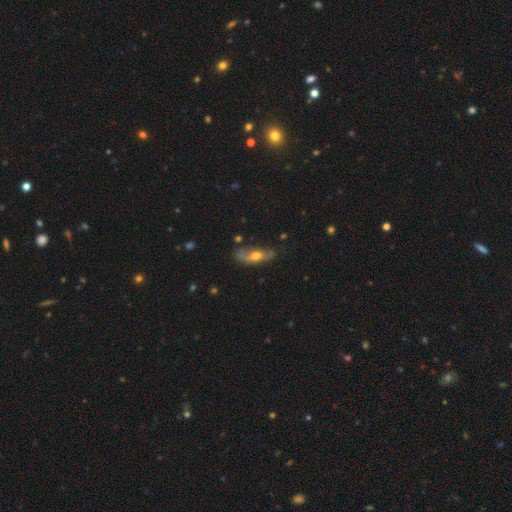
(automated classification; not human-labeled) Smooth or featured: featured or disk — 48% (smooth — 45%)
Merging: none — 57% (minor disturbance — 29%)